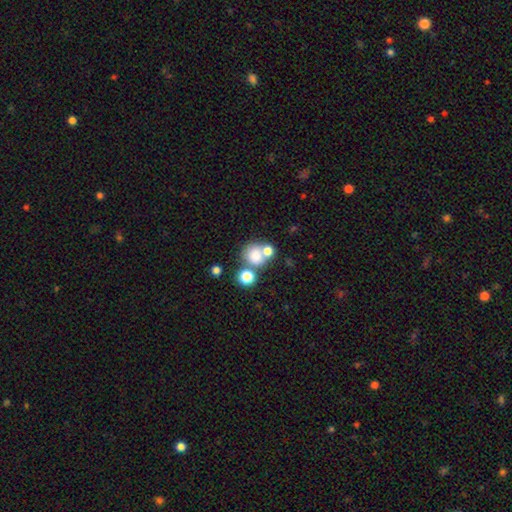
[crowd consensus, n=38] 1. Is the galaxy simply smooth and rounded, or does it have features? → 66% smooth, 29% featured or disk, 5% star or artifact.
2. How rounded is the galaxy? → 92% round, 8% in between, 0% cigar-shaped.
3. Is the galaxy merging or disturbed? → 50% none, 28% merger, 17% major disturbance, 6% minor disturbance.